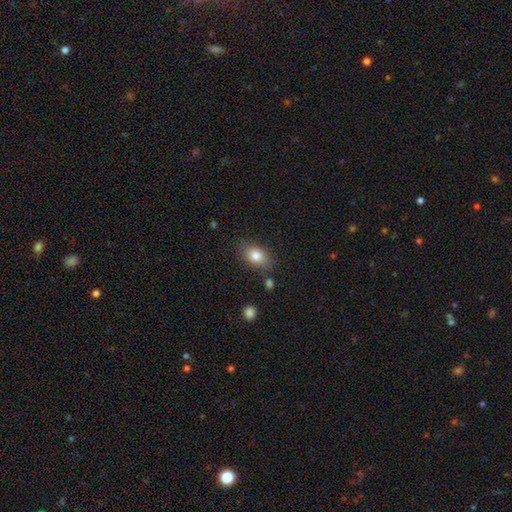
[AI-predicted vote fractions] This is clearly a smooth galaxy (81%). How rounded: likely in between (79%). Merging: likely none (77%).